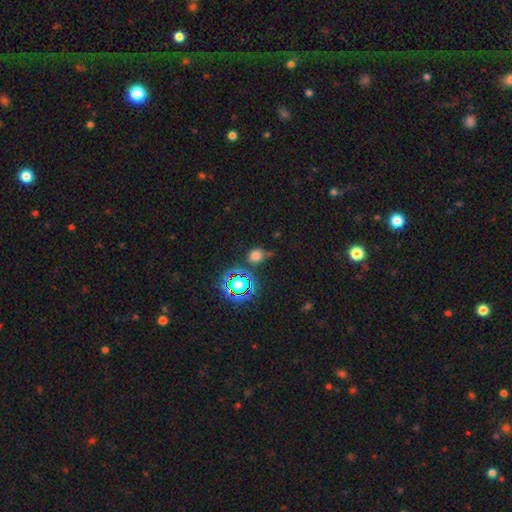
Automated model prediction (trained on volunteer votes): smooth 64%, star or artifact 29%, featured or disk 7%. Down the decision tree: how rounded — round (78%); merging — none (70%).